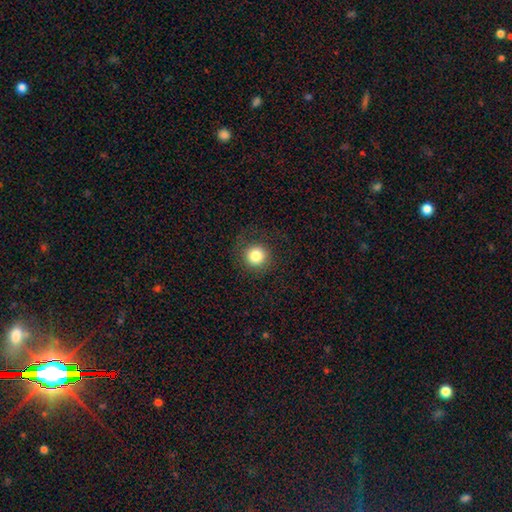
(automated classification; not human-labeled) Morphology: type=smooth (83%); roundness=round (95%); merging=none (87%).